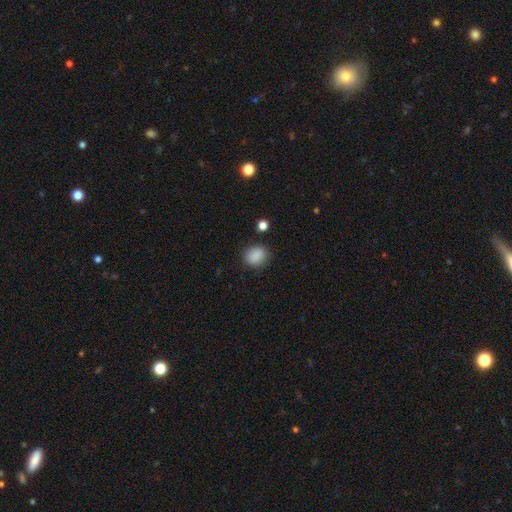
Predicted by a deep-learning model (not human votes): A smooth galaxy with no disk features (87%) that is round (56%).

Vote fractions:
- Smooth or featured? smooth: 87% / star or artifact: 10% / featured or disk: 4%
- How rounded? round: 56% / in between: 43% / cigar-shaped: 1%
- Merging? none: 82% / minor disturbance: 12% / major disturbance: 4% / merger: 3%